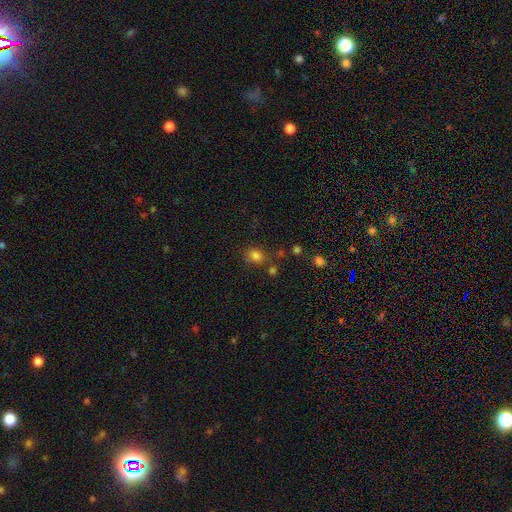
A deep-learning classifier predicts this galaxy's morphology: The model was most divided on "how rounded": round: 58%, in between: 41%, cigar-shaped: 1%. More confident: smooth or featured — smooth (78%); merging — none (68%).